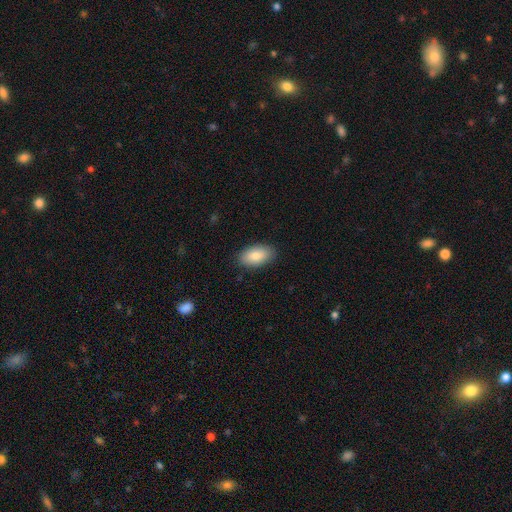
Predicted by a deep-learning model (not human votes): The model was most divided on "smooth or featured": smooth: 83%, featured or disk: 11%, star or artifact: 6%. More confident: how rounded — in between (94%); merging — none (87%).